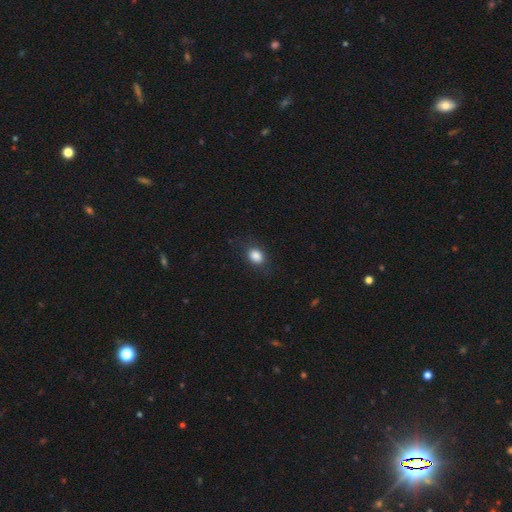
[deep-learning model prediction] smooth_or_featured: smooth (p=0.85) [alt: star or artifact p=0.09]
how_rounded: in between (p=0.64) [alt: round p=0.34]
merging: none (p=0.79) [alt: minor disturbance p=0.15]